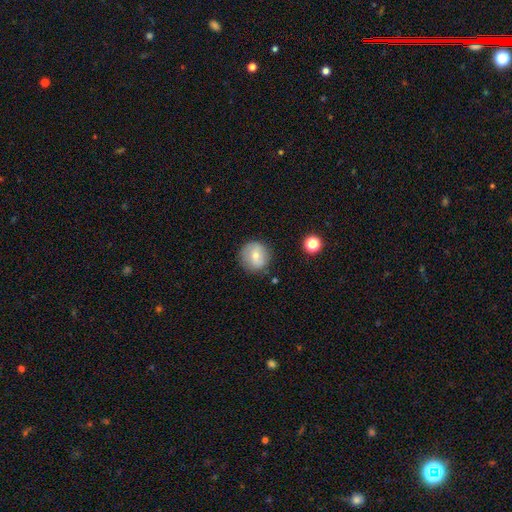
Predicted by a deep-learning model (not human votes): This is likely a smooth galaxy (63%). How rounded: clearly round (93%). Merging: clearly none (82%).